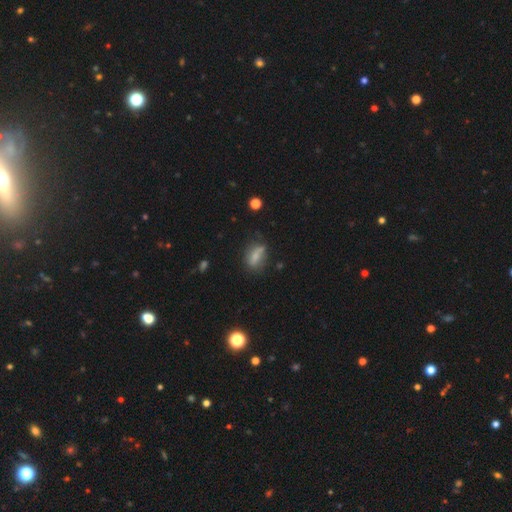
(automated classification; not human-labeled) Smooth or featured?
  - smooth: 66% *
  - featured or disk: 23%
  - star or artifact: 11%
How rounded?
  - in between: 74% *
  - cigar-shaped: 16%
  - round: 11%
Merging?
  - none: 53% *
  - minor disturbance: 30%
  - major disturbance: 12%
  - merger: 6%